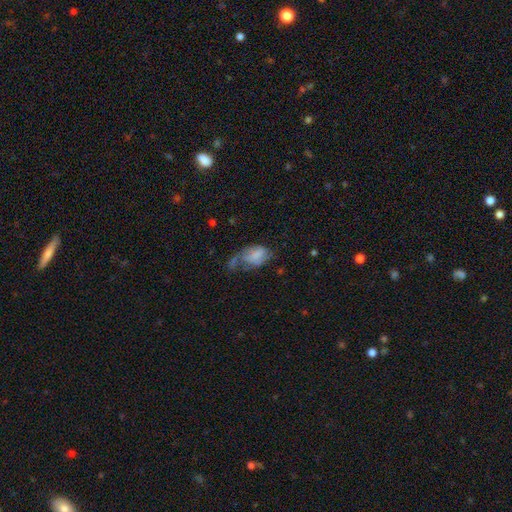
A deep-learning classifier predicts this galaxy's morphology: Q: Smooth or featured?
A: smooth (60%); runner-up: featured or disk (31%)
Q: How rounded?
A: in between (87%); runner-up: round (11%)
Q: Merging?
A: major disturbance (42%); runner-up: minor disturbance (28%)